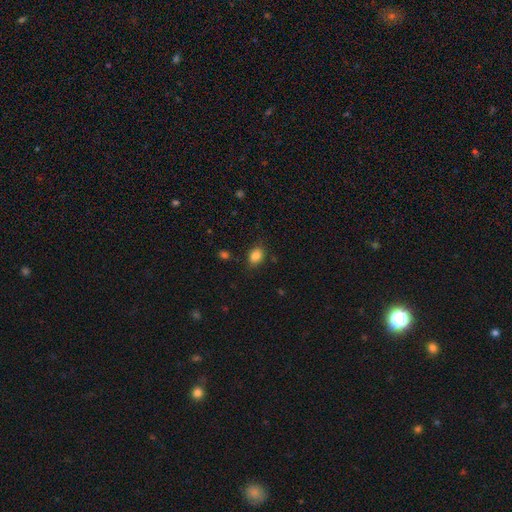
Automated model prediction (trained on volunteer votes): Morphology: type=smooth (85%); roundness=in between (75%); merging=none (83%).